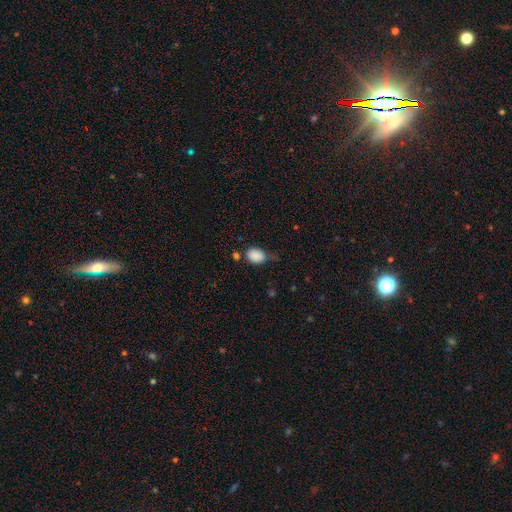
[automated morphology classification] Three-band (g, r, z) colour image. It shows a smooth galaxy with no disk features (87%) that is in between round and cigar-shaped (62%). Merging: none (50%).